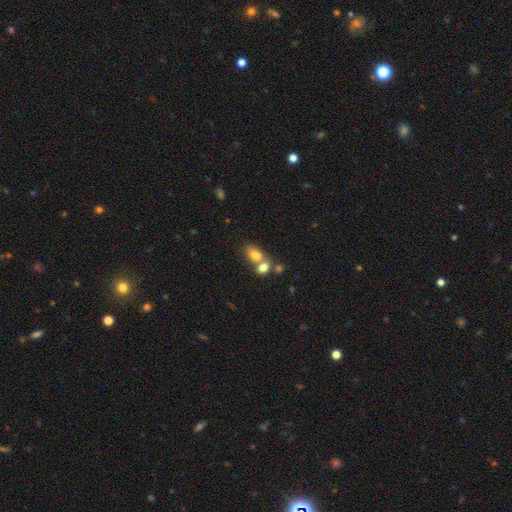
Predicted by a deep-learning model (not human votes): A smooth galaxy with no disk features (77%) that is in between round and cigar-shaped (77%).

Vote fractions:
- Smooth or featured? smooth: 77% / featured or disk: 13% / star or artifact: 10%
- How rounded? in between: 77% / round: 21% / cigar-shaped: 2%
- Merging? merger: 57% / none: 31% / minor disturbance: 8% / major disturbance: 4%